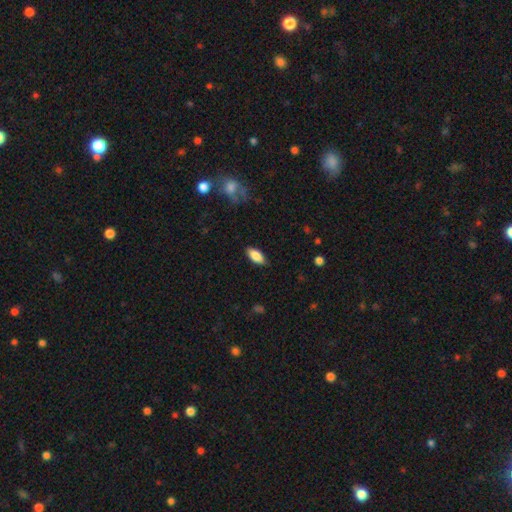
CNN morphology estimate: A smooth galaxy with no disk features (85%) that is in between round and cigar-shaped (89%).

Vote fractions:
- Smooth or featured? smooth: 85% / featured or disk: 8% / star or artifact: 7%
- How rounded? in between: 89% / cigar-shaped: 9% / round: 2%
- Merging? none: 86% / minor disturbance: 11% / major disturbance: 2% / merger: 1%